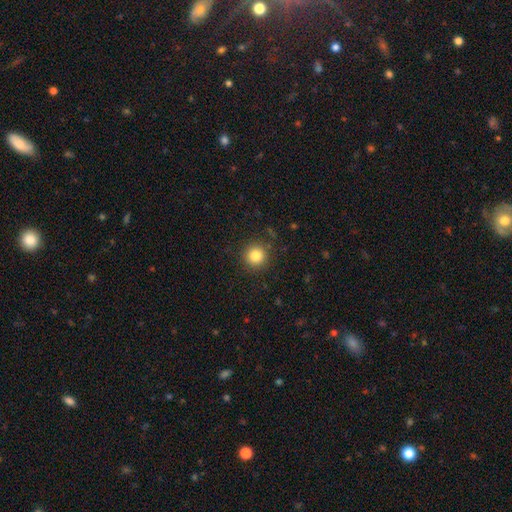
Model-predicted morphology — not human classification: Q: Smooth or featured?
A: smooth (82%); runner-up: star or artifact (12%)
Q: How rounded?
A: round (95%); runner-up: in between (4%)
Q: Merging?
A: none (89%); runner-up: minor disturbance (7%)